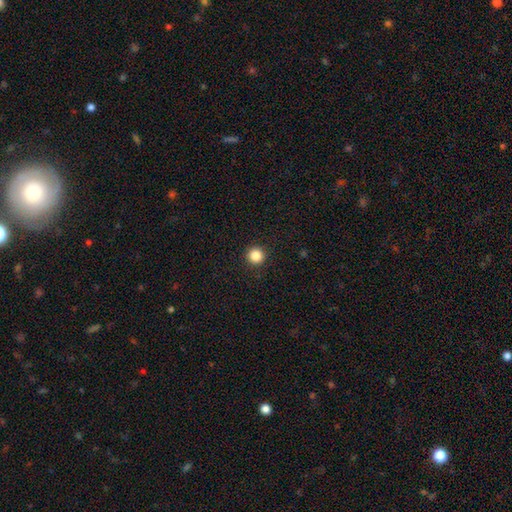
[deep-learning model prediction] Smooth or featured? smooth (86%)
How rounded? round (96%)
Merging? none (93%)